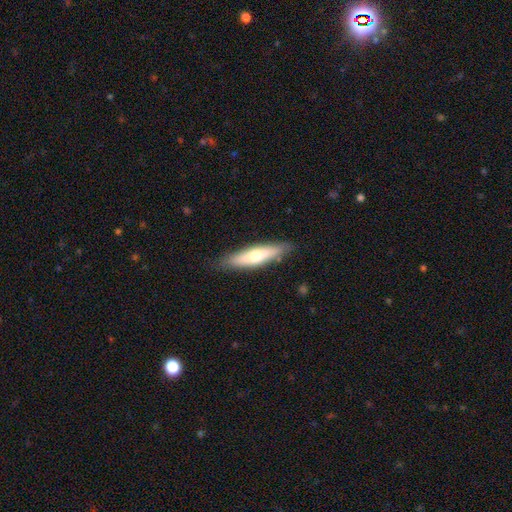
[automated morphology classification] Q: Smooth or featured?
A: smooth (60%); runner-up: featured or disk (34%)
Q: How rounded?
A: cigar-shaped (76%); runner-up: in between (23%)
Q: Merging?
A: none (85%); runner-up: minor disturbance (12%)